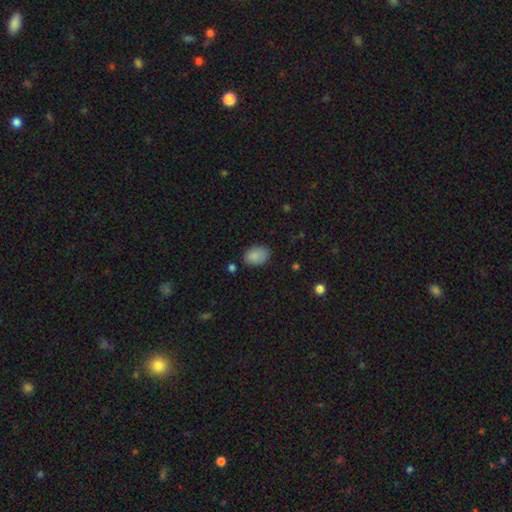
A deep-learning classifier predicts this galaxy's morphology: Smooth or featured: smooth — 86% (star or artifact — 8%)
How rounded: in between — 84% (round — 15%)
Merging: none — 78% (minor disturbance — 16%)